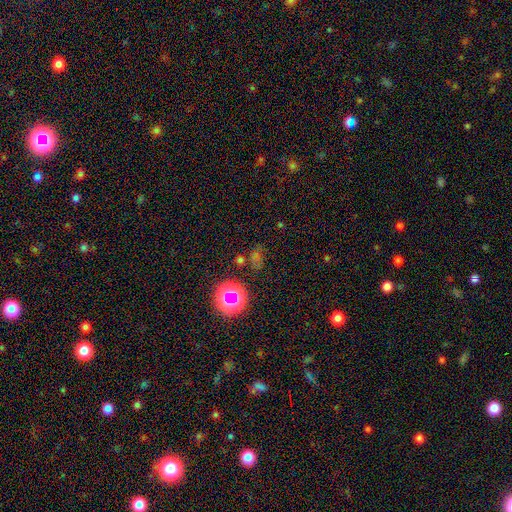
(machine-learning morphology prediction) smooth-or-featured: star or artifact: 49% | smooth: 41% | featured or disk: 10%